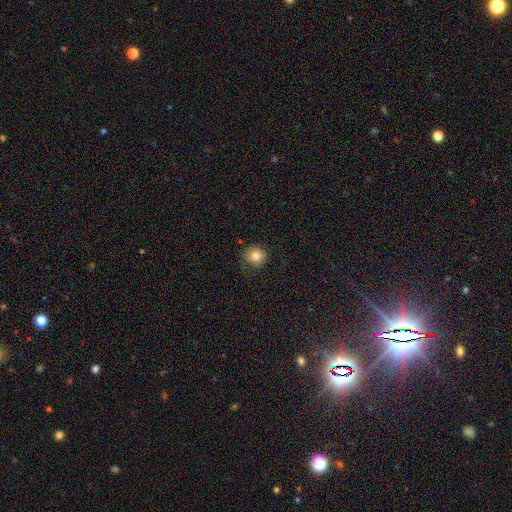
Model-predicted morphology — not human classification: Smooth or featured? smooth (81%)
How rounded? round (90%)
Merging? none (79%)